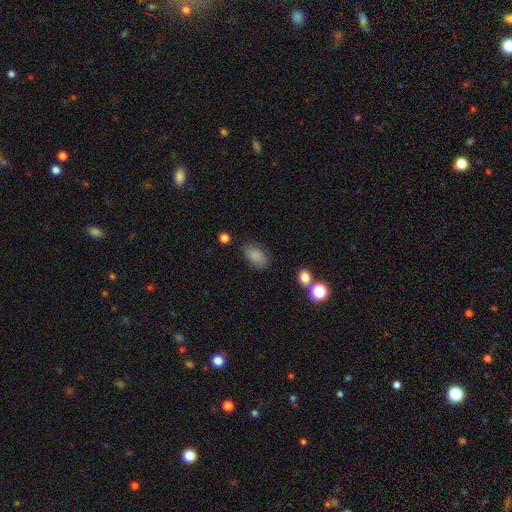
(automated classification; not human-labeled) A smooth galaxy with no disk features (85%) that is in between round and cigar-shaped (91%). Merging: none (79%).